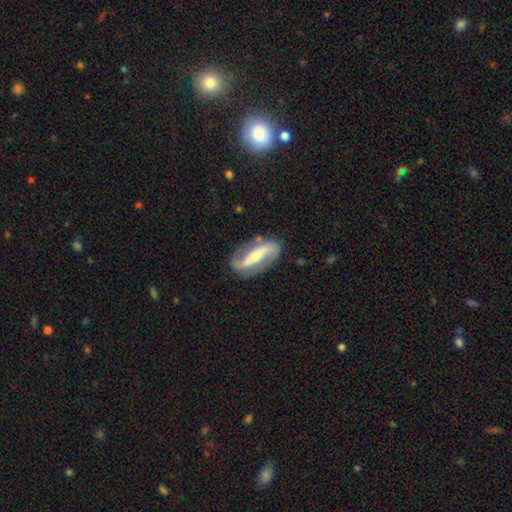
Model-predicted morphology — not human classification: A featured or disk galaxy (76%) with a strong bar (68%), spiral arms (79%) and a small central bulge (45%). Merging: none (79%).